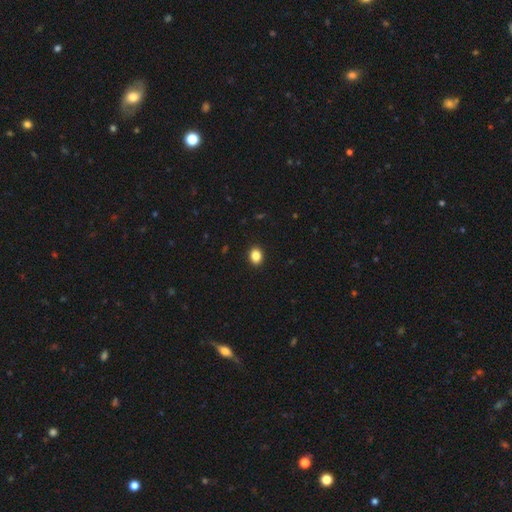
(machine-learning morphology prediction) smooth_or_featured: smooth (p=0.86) [alt: star or artifact p=0.10]
how_rounded: in between (p=0.52) [alt: round p=0.47]
merging: none (p=0.92) [alt: minor disturbance p=0.06]